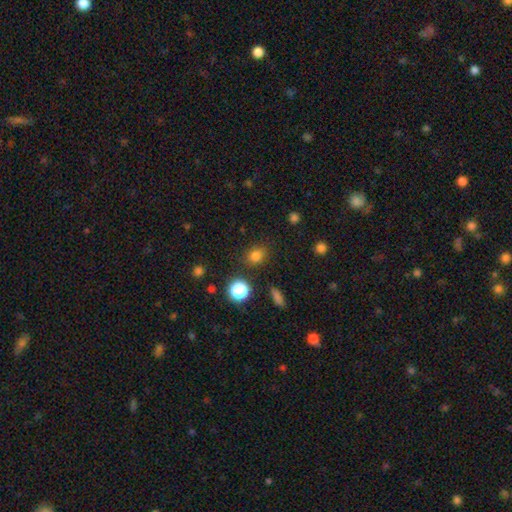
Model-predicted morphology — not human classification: A smooth galaxy with no disk features (77%) that is round (64%). Merging: none (82%).